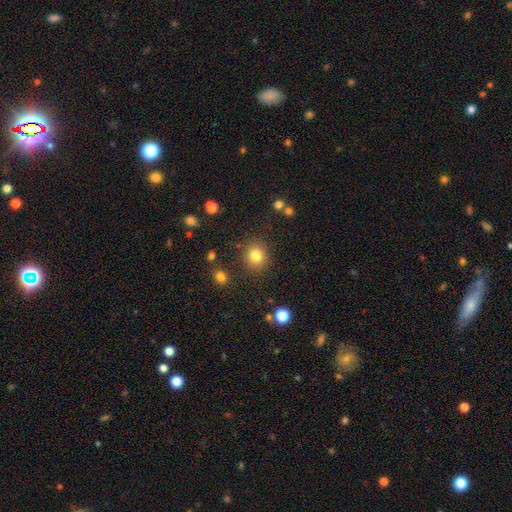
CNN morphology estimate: Q: Smooth or featured?
A: smooth (82%); runner-up: star or artifact (11%)
Q: How rounded?
A: round (86%); runner-up: in between (13%)
Q: Merging?
A: none (87%); runner-up: minor disturbance (8%)